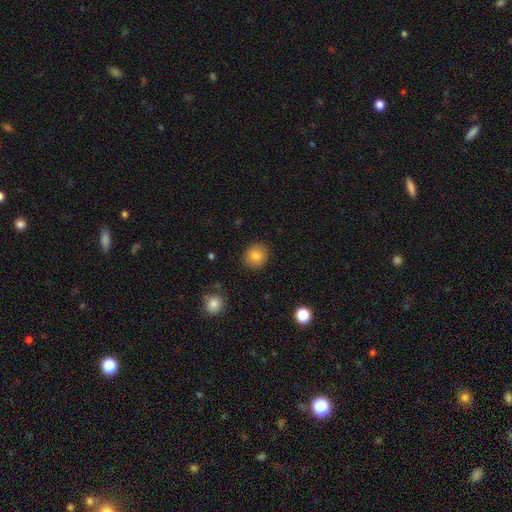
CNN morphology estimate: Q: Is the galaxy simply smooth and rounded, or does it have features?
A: smooth — 83%.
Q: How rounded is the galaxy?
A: round — 78%.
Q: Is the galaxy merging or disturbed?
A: none — 88%.